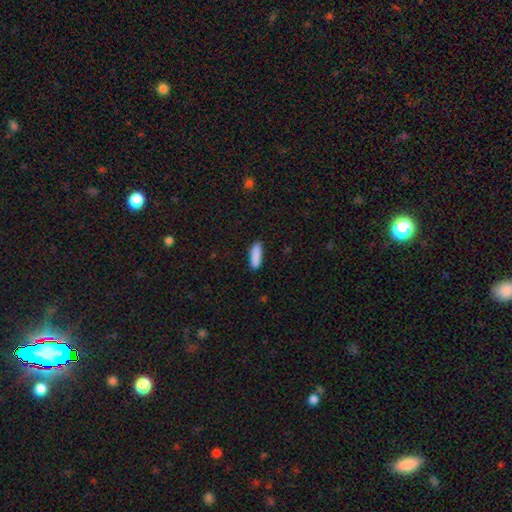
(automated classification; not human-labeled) A smooth galaxy with no disk features (89%) that is cigar-shaped (57%).

Vote fractions:
- Smooth or featured? smooth: 89% / star or artifact: 6% / featured or disk: 5%
- How rounded? cigar-shaped: 57% / in between: 41% / round: 2%
- Merging? none: 87% / minor disturbance: 9% / major disturbance: 2% / merger: 1%